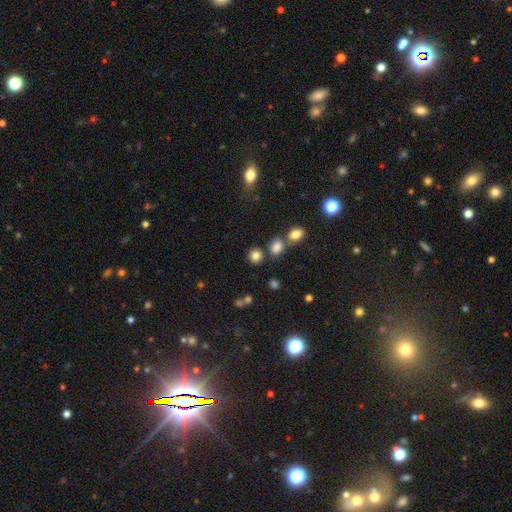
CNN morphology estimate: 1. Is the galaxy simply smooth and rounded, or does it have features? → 82% smooth, 13% star or artifact, 5% featured or disk.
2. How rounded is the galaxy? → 83% round, 16% in between, 1% cigar-shaped.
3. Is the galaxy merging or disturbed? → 74% none, 13% merger, 9% minor disturbance, 4% major disturbance.